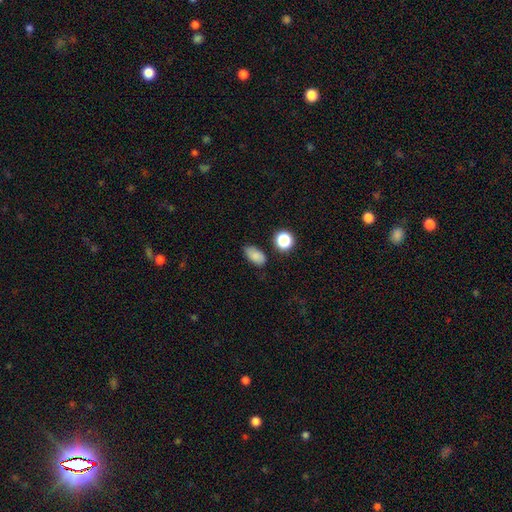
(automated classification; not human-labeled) Smooth or featured? smooth (82%)
How rounded? in between (89%)
Merging? none (74%)